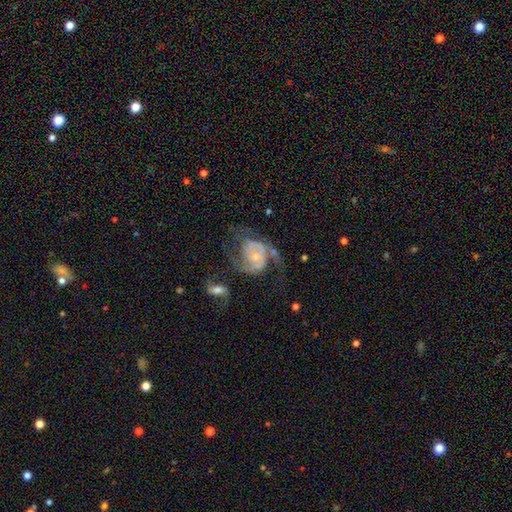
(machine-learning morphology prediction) type=featured or disk (83%); edge-on=no (98%); bar=no (70%); spiral arms=yes (92%); winding=medium (47%); arm count=2 (73%); bulge=small (63%); merging=none (40%).